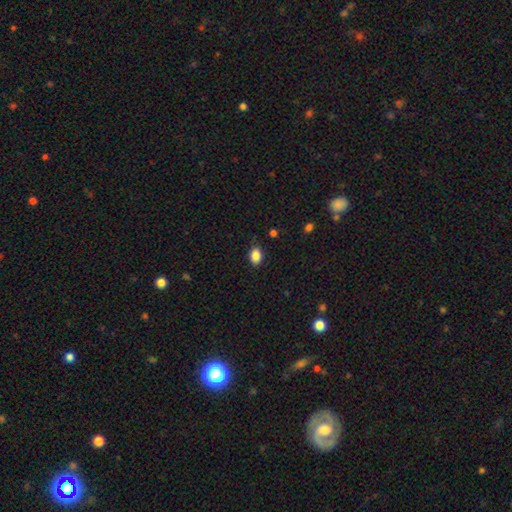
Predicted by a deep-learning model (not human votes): Smooth or featured: smooth — 87% (star or artifact — 9%)
How rounded: in between — 78% (round — 21%)
Merging: none — 83% (minor disturbance — 13%)